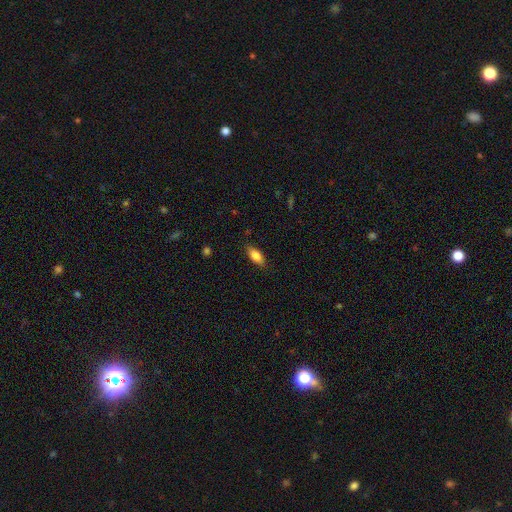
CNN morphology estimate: This appears to be a smooth galaxy with no disk features (83%) that is in between round and cigar-shaped (83%). Merging: none (85%).